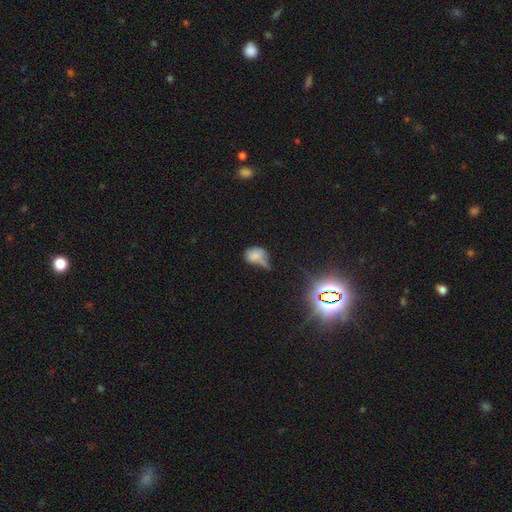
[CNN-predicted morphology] The model was most divided on "merging": minor disturbance: 31%, none: 25%, major disturbance: 25%, merger: 19%. More confident: how rounded — in between (69%); smooth or featured — smooth (65%).